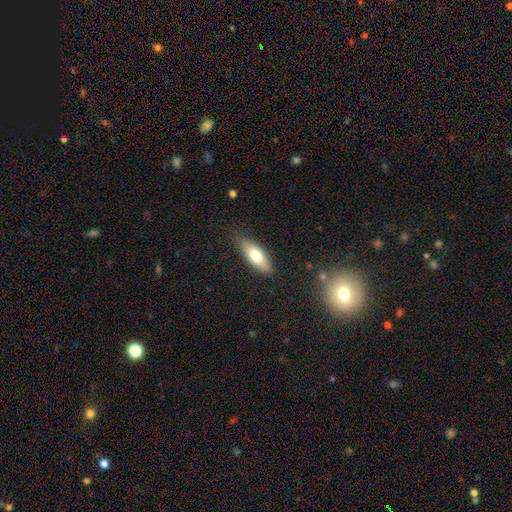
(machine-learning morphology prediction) type=smooth (67%); roundness=in between (67%); merging=none (82%).